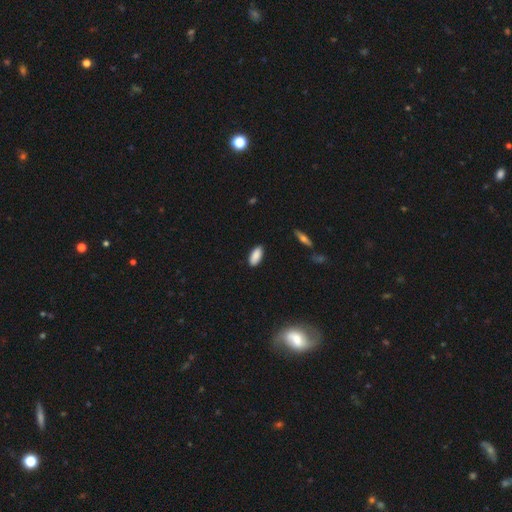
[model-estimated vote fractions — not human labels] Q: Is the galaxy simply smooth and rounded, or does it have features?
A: smooth — 89%.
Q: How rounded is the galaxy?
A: in between — 86%.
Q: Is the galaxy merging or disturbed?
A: none — 87%.